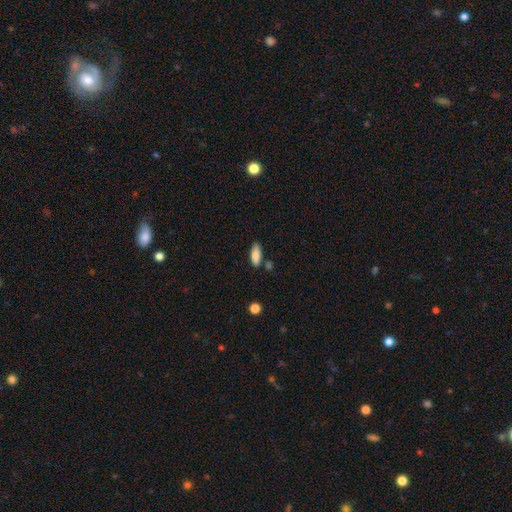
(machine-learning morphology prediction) type=smooth (87%); roundness=in between (75%); merging=none (75%).